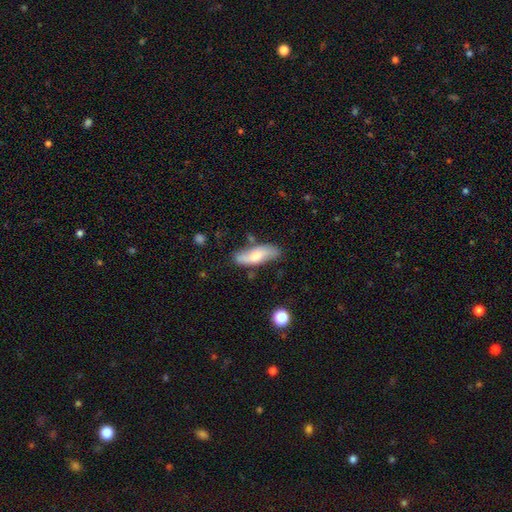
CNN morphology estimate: Smooth or featured?
  - smooth: 54% *
  - featured or disk: 39%
  - star or artifact: 6%
How rounded?
  - in between: 63% *
  - cigar-shaped: 34%
  - round: 3%
Merging?
  - none: 71% *
  - minor disturbance: 20%
  - major disturbance: 5%
  - merger: 5%